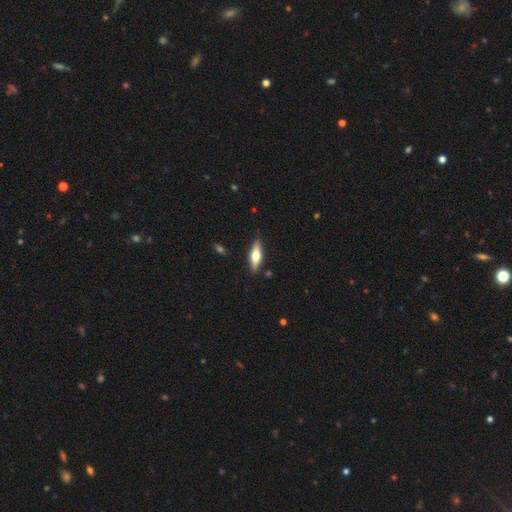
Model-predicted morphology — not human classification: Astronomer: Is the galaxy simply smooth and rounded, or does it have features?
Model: smooth — 50% (runner-up: featured or disk, 44%).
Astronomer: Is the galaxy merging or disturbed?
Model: none — 86%.